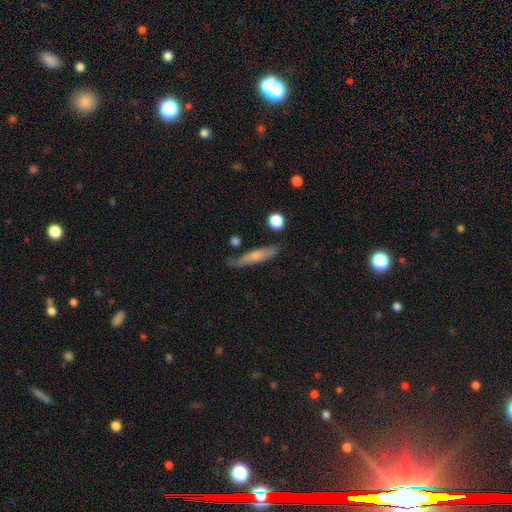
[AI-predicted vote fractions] Smooth or featured? smooth (60%)
How rounded? cigar-shaped (83%)
Merging? none (69%)